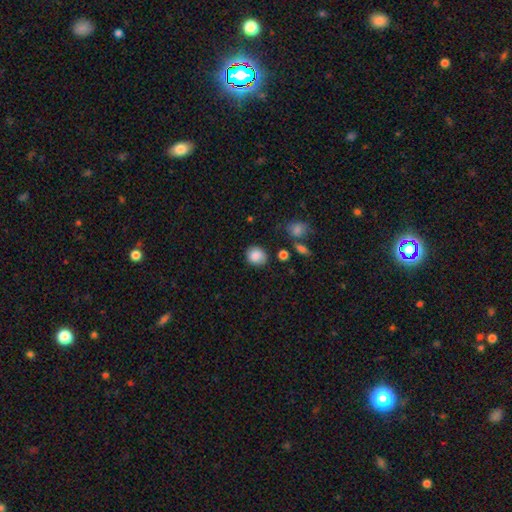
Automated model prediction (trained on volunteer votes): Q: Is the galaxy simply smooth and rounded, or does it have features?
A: smooth — 86%.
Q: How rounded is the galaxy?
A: round — 76%.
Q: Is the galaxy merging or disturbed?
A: none — 80%.